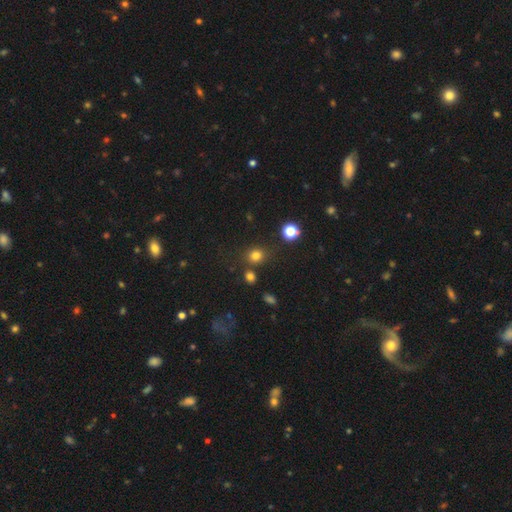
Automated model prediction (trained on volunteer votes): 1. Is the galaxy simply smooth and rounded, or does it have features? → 78% smooth, 17% star or artifact, 6% featured or disk.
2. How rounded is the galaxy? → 74% round, 25% in between, 1% cigar-shaped.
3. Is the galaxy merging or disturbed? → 75% none, 12% minor disturbance, 8% merger, 5% major disturbance.